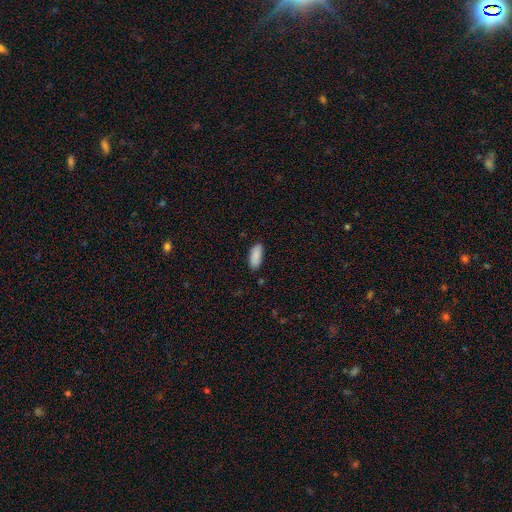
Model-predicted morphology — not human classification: Smooth or featured? smooth (90%)
How rounded? in between (83%)
Merging? none (87%)